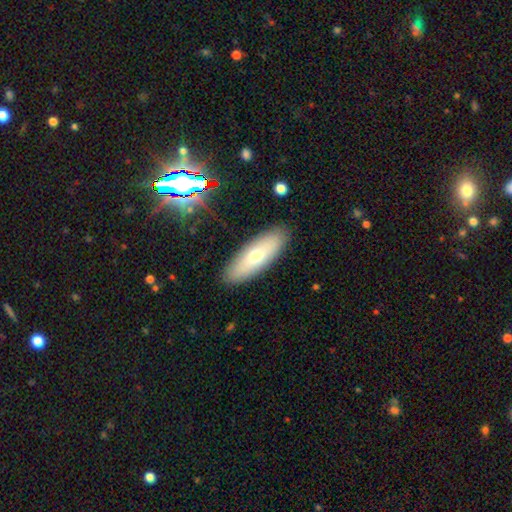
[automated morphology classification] Smooth or featured?
  - smooth: 65% *
  - featured or disk: 27%
  - star or artifact: 8%
How rounded?
  - in between: 59% *
  - cigar-shaped: 38%
  - round: 2%
Merging?
  - none: 88% *
  - minor disturbance: 8%
  - major disturbance: 2%
  - merger: 1%